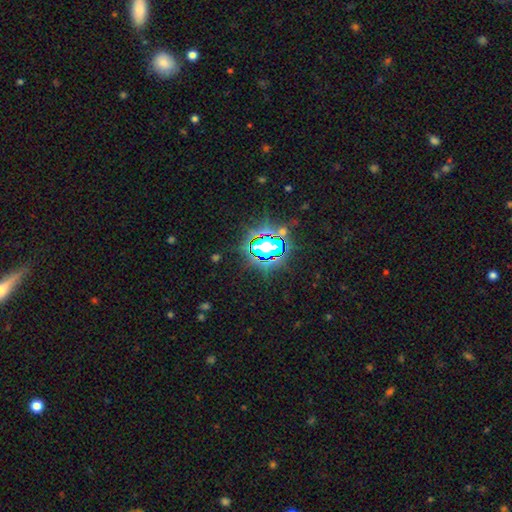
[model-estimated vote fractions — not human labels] smooth_or_featured: star or artifact (p=0.81) [alt: smooth p=0.11]